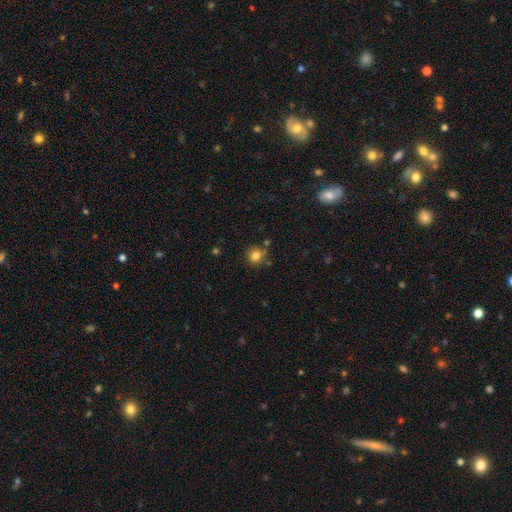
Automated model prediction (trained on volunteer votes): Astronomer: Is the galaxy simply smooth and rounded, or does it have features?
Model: smooth — 82%.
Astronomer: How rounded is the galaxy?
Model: round — 81%.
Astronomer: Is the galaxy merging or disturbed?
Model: none — 75%.